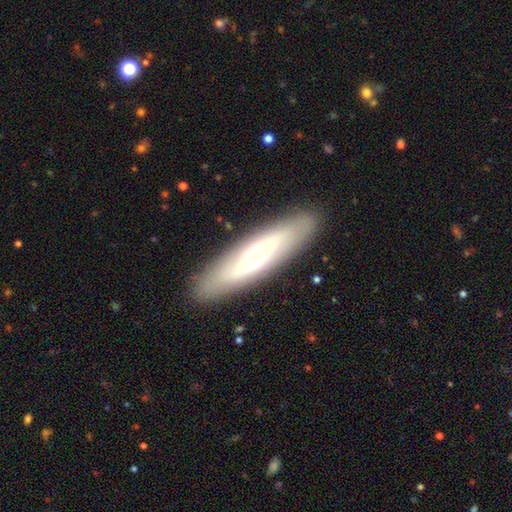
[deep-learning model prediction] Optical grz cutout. It shows a featured or disk galaxy (51%) viewed edge-on (52%). Merging: none (89%).